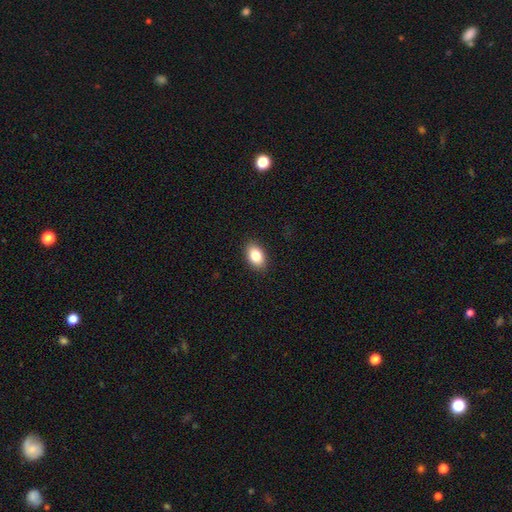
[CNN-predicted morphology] Smooth or featured: smooth — 84% (star or artifact — 8%)
How rounded: in between — 87% (round — 11%)
Merging: none — 89% (minor disturbance — 8%)